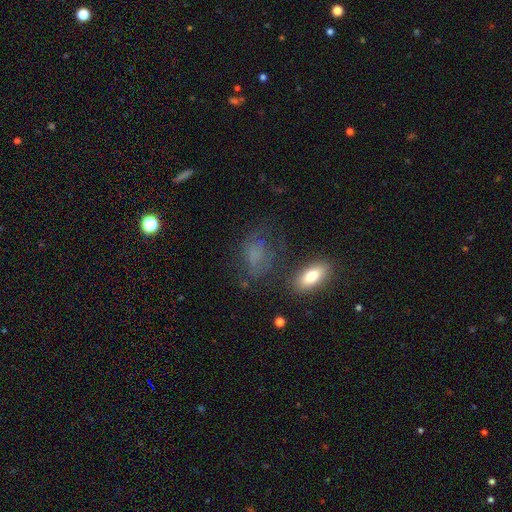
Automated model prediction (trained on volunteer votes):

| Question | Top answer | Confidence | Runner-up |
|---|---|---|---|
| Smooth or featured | smooth | 57% | featured or disk (25%) |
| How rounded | in between | 76% | round (20%) |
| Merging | none | 53% | minor disturbance (23%) |